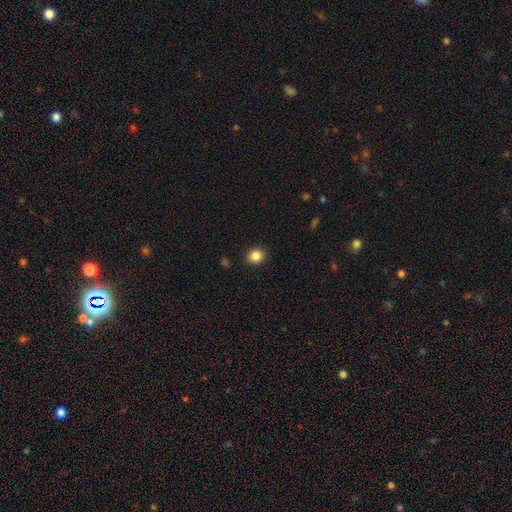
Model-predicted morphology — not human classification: smooth_or_featured: smooth (p=0.86) [alt: star or artifact p=0.10]
how_rounded: round (p=0.82) [alt: in between p=0.17]
merging: none (p=0.89) [alt: minor disturbance p=0.07]